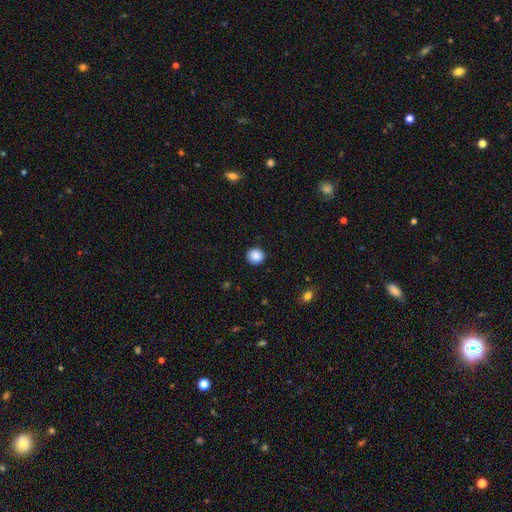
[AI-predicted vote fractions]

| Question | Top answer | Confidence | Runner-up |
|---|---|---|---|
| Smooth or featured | smooth | 88% | star or artifact (9%) |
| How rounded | round | 88% | in between (11%) |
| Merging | none | 91% | minor disturbance (6%) |